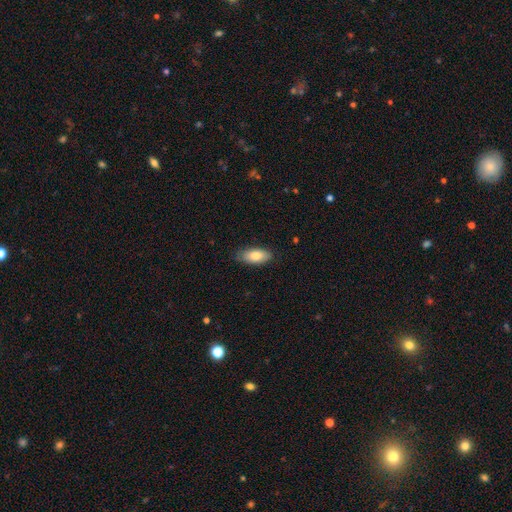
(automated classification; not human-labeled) smooth_or_featured: smooth (p=0.82) [alt: featured or disk p=0.12]
how_rounded: in between (p=0.86) [alt: cigar-shaped p=0.12]
merging: none (p=0.83) [alt: minor disturbance p=0.13]